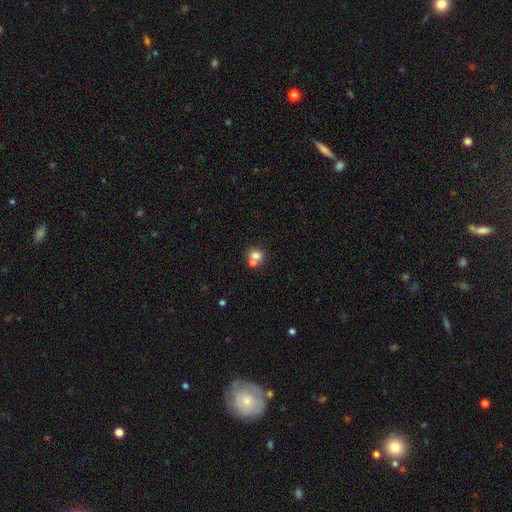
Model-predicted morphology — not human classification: smooth-or-featured: smooth: 74% | featured or disk: 14% | star or artifact: 12%
  how-rounded: round: 74% | in between: 25% | cigar-shaped: 1%
  merging: merger: 47% | none: 42% | minor disturbance: 8% | major disturbance: 3%